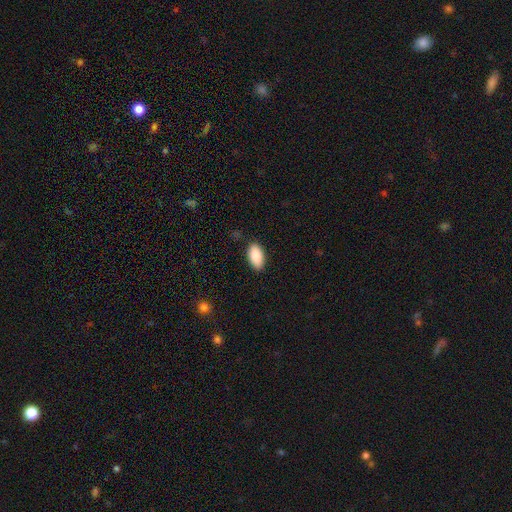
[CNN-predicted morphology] Smooth or featured? Predicted: smooth (p=0.87). How rounded? Predicted: in between (p=0.94). Merging? Predicted: none (p=0.87).